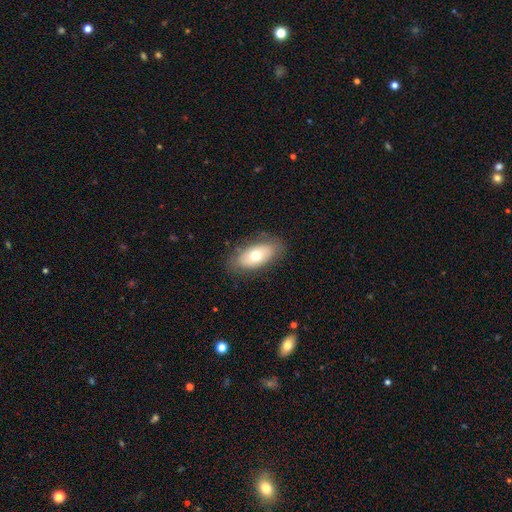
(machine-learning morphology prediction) This is likely a smooth galaxy (65%). How rounded: clearly in between (90%). Merging: clearly none (81%).